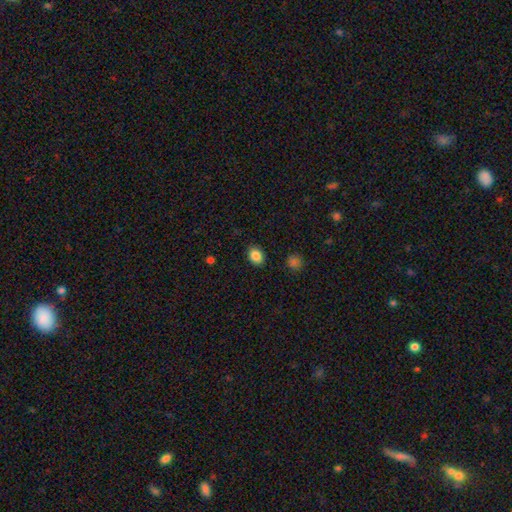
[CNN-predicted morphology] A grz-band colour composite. It shows a smooth galaxy with no disk features (86%) that is in between round and cigar-shaped (68%). Merging: none (88%).